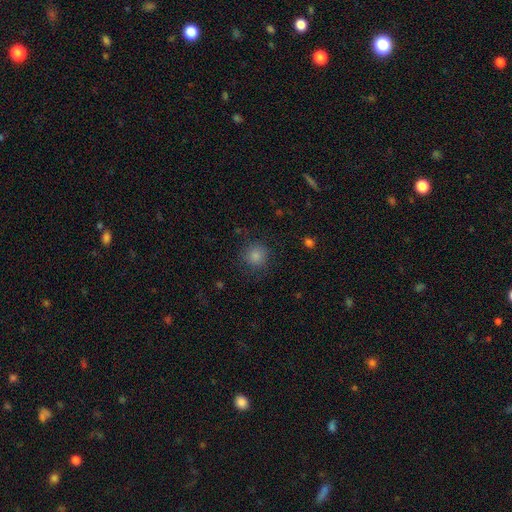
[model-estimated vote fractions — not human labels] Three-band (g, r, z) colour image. It shows a smooth galaxy with no disk features (84%) that is round (92%). Merging: none (84%).